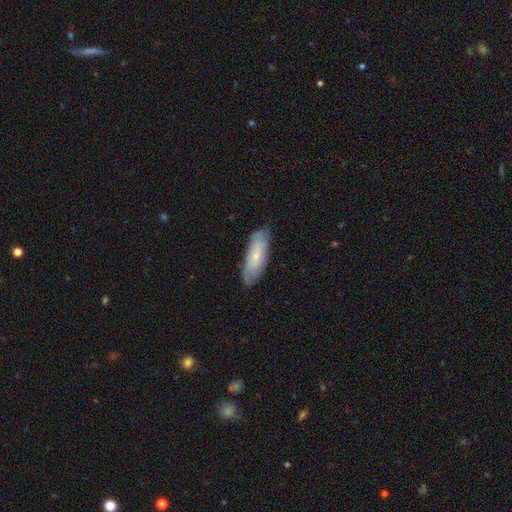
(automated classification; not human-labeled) smooth 52%, featured or disk 41%, star or artifact 7%. Down the decision tree: how rounded — in between (58%); merging — none (77%).